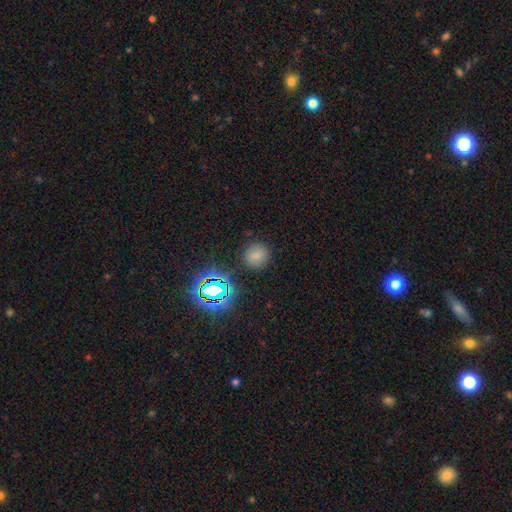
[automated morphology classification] smooth_or_featured: smooth (p=0.70) [alt: star or artifact p=0.22]
how_rounded: round (p=0.89) [alt: in between p=0.10]
merging: none (p=0.85) [alt: minor disturbance p=0.09]